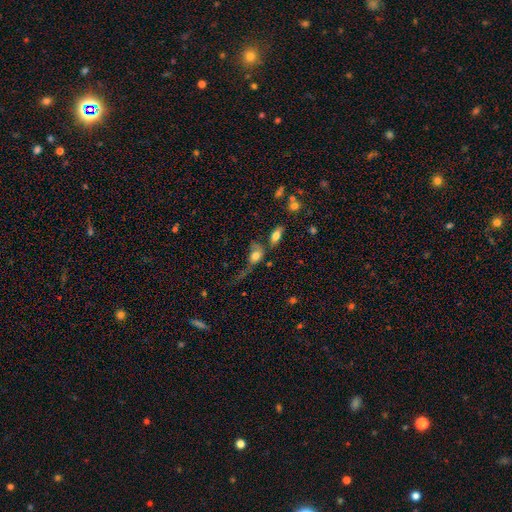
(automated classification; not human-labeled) Q: Smooth or featured?
A: smooth (68%); runner-up: featured or disk (22%)
Q: How rounded?
A: in between (71%); runner-up: round (23%)
Q: Merging?
A: major disturbance (38%); runner-up: merger (23%)